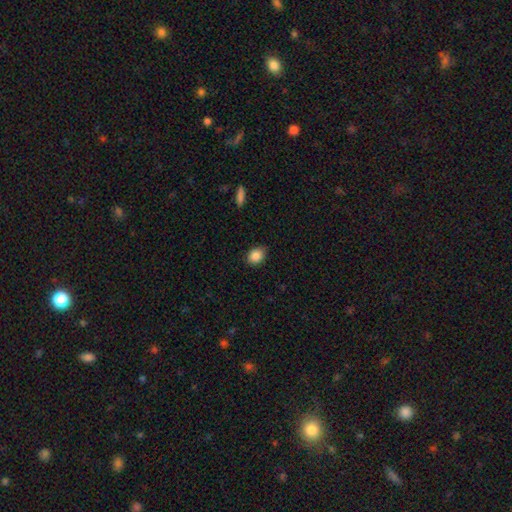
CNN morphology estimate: smooth_or_featured: smooth (p=0.87) [alt: star or artifact p=0.08]
how_rounded: in between (p=0.53) [alt: round p=0.46]
merging: none (p=0.84) [alt: minor disturbance p=0.13]